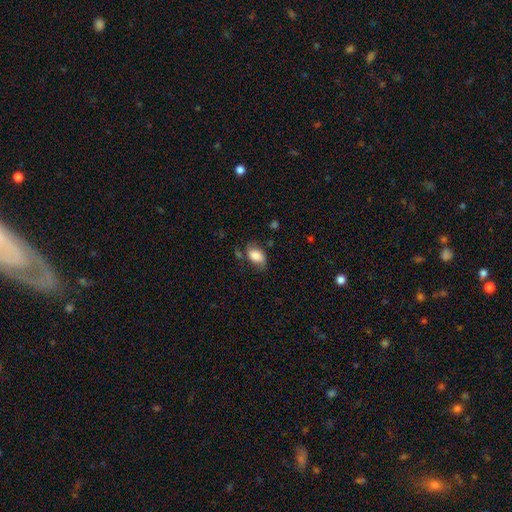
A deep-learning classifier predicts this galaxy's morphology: Overall: smooth (78%). How rounded: in between (85%). Merging: none (58%; minor disturbance 28%).